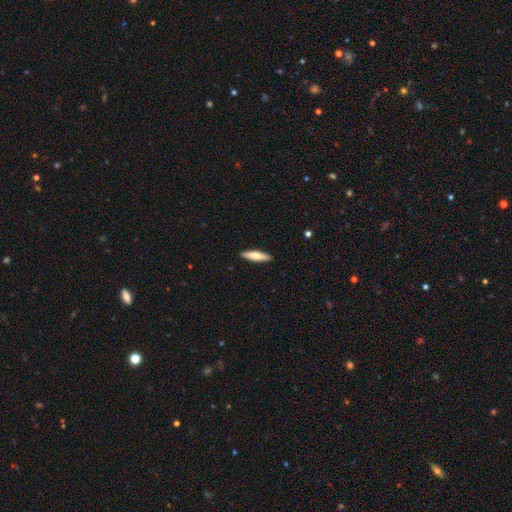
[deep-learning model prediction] This appears to be a smooth galaxy with no disk features (73%) that is cigar-shaped (74%). Merging: none (91%).